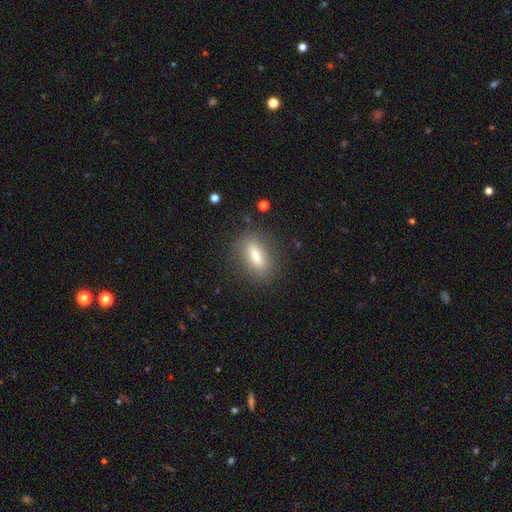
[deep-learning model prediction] smooth_or_featured: smooth (p=0.58) [alt: featured or disk p=0.33]
how_rounded: in between (p=0.63) [alt: cigar-shaped p=0.27]
merging: none (p=0.85) [alt: minor disturbance p=0.10]